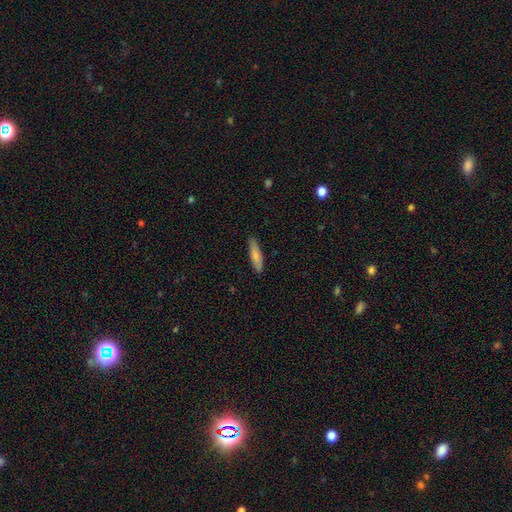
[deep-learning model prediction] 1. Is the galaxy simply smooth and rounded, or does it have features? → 79% smooth, 15% featured or disk, 6% star or artifact.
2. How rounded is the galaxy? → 73% cigar-shaped, 25% in between, 2% round.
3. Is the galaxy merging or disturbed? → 86% none, 11% minor disturbance, 2% major disturbance, 1% merger.